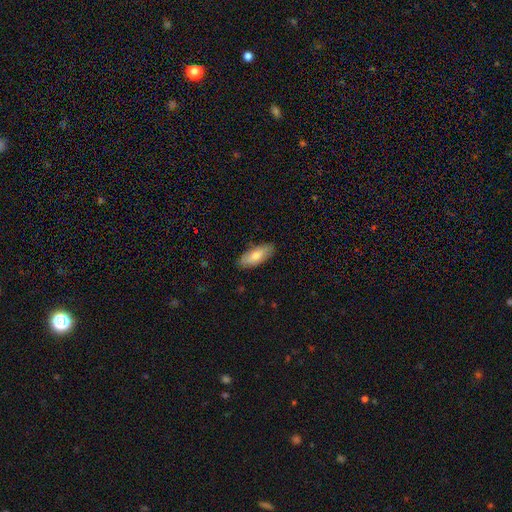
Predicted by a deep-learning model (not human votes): smooth_or_featured: smooth (p=0.75) [alt: featured or disk p=0.19]
how_rounded: in between (p=0.76) [alt: cigar-shaped p=0.22]
merging: none (p=0.85) [alt: minor disturbance p=0.12]